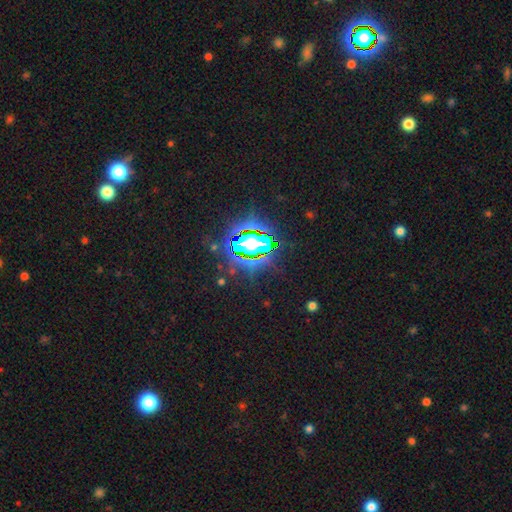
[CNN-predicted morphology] star or artifact 83%, smooth 10%, featured or disk 7%.